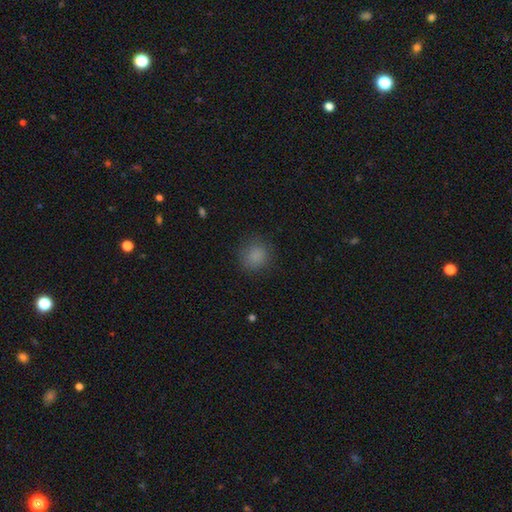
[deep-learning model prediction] smooth 84%, star or artifact 12%, featured or disk 4%. Down the decision tree: how rounded — round (87%); merging — none (84%).